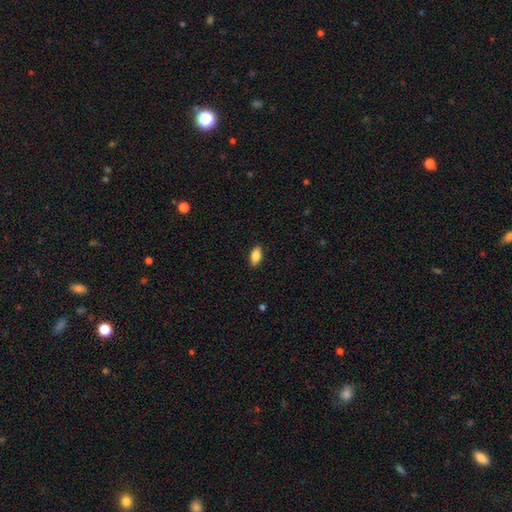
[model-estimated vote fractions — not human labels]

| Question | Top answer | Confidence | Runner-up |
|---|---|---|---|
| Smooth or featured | smooth | 84% | featured or disk (9%) |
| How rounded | in between | 89% | cigar-shaped (8%) |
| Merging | none | 89% | minor disturbance (8%) |